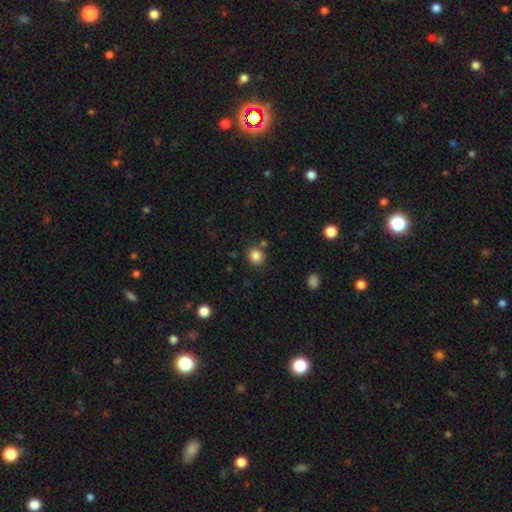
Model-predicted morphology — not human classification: Q: Smooth or featured?
A: smooth (85%); runner-up: star or artifact (11%)
Q: How rounded?
A: round (81%); runner-up: in between (18%)
Q: Merging?
A: none (79%); runner-up: minor disturbance (10%)